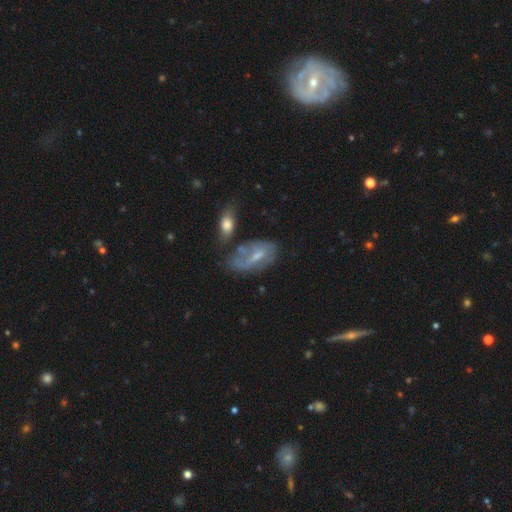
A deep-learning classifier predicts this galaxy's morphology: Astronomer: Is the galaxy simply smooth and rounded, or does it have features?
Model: featured or disk — 57% (runner-up: smooth, 35%).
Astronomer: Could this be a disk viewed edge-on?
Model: no — 89%.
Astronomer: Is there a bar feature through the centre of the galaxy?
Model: weak — 46% (runner-up: no, 34%).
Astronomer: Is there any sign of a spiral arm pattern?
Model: yes — 58% (runner-up: no, 42%).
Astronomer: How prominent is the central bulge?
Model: small — 46% (runner-up: moderate, 34%).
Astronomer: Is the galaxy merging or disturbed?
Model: none — 44% (runner-up: minor disturbance, 26%).